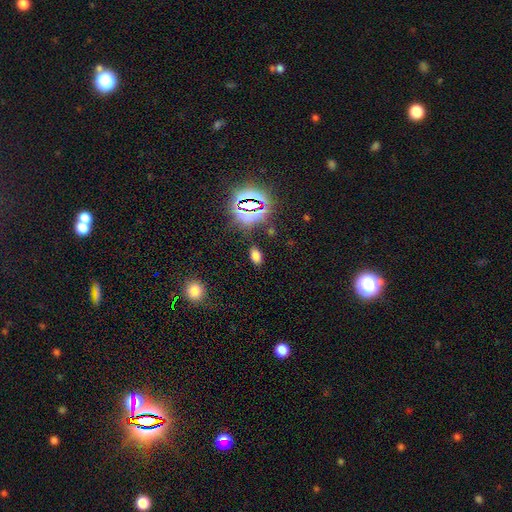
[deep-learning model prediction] smooth 66%, star or artifact 27%, featured or disk 6%. Down the decision tree: how rounded — in between (89%); merging — none (85%).